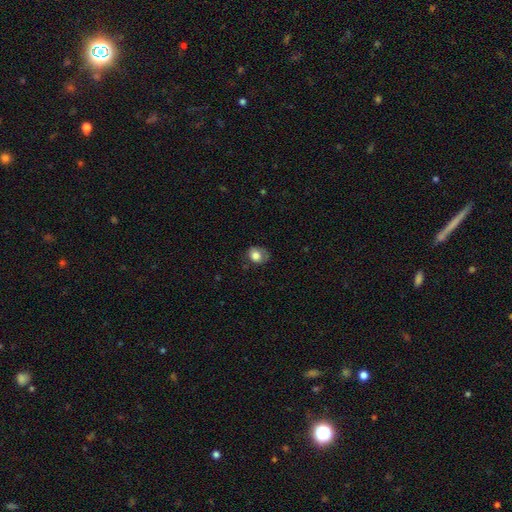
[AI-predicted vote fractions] smooth-or-featured: smooth: 76% | featured or disk: 16% | star or artifact: 8%
  how-rounded: in between: 50% (tied) | round: 50% (tied) | cigar-shaped: 1%
  merging: none: 53% | minor disturbance: 31% | major disturbance: 15% | merger: 2%